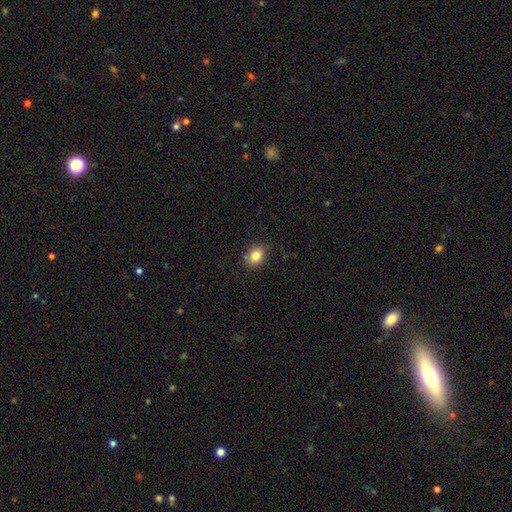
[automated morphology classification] A smooth galaxy with no disk features (83%) that is in between round and cigar-shaped (56%). Merging: none (85%).